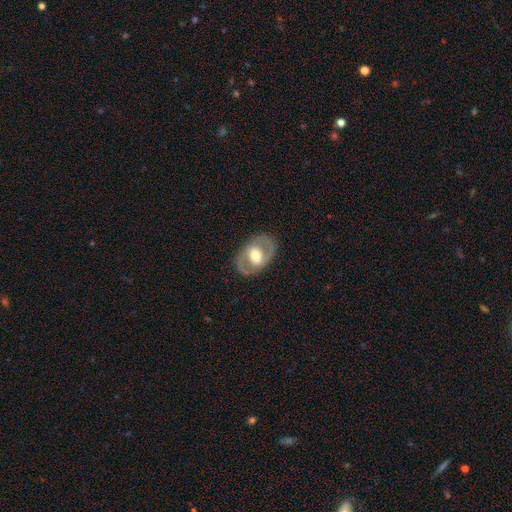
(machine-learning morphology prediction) The model was most divided on "bar": weak: 39%, no: 38%, strong: 23%. More confident: edge-on disk — no (94%); merging — none (82%); smooth or featured — featured or disk (68%); bulge size — moderate (61%); spiral arms — yes (55%).